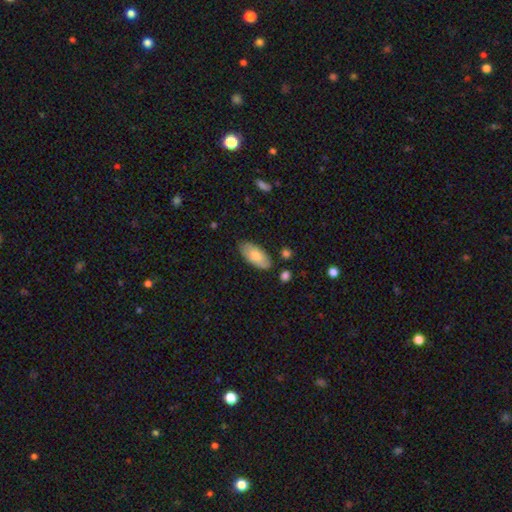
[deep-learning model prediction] Smooth or featured? smooth (66%)
How rounded? in between (92%)
Merging? none (80%)